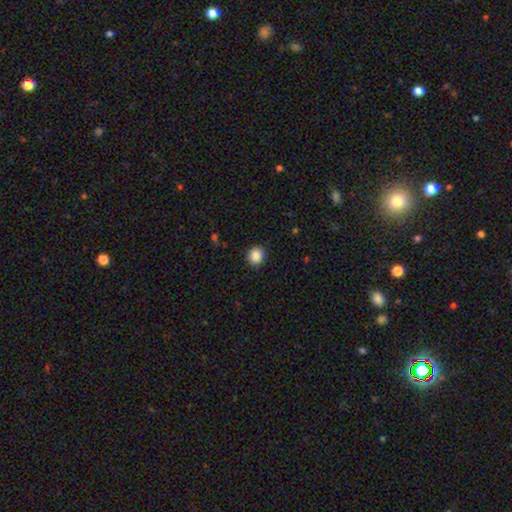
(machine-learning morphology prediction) Smooth or featured?
  - smooth: 88% *
  - star or artifact: 9%
  - featured or disk: 3%
How rounded?
  - round: 84% *
  - in between: 15%
  - cigar-shaped: 1%
Merging?
  - none: 90% *
  - minor disturbance: 7%
  - major disturbance: 2%
  - merger: 1%